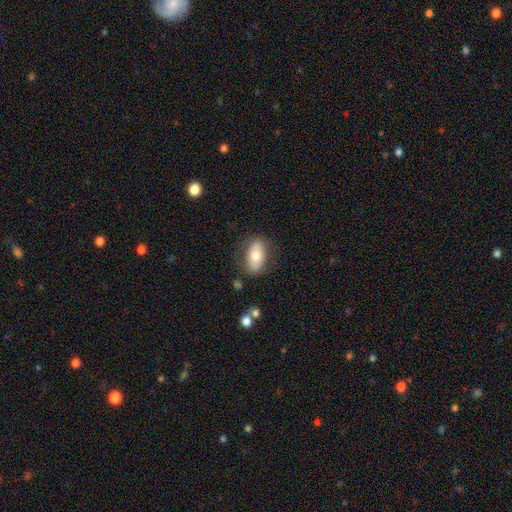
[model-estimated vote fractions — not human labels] A smooth galaxy with no disk features (66%) that is in between round and cigar-shaped (91%).

Vote fractions:
- Smooth or featured? smooth: 66% / featured or disk: 28% / star or artifact: 6%
- How rounded? in between: 91% / round: 6% / cigar-shaped: 3%
- Merging? none: 78% / minor disturbance: 15% / major disturbance: 5% / merger: 2%